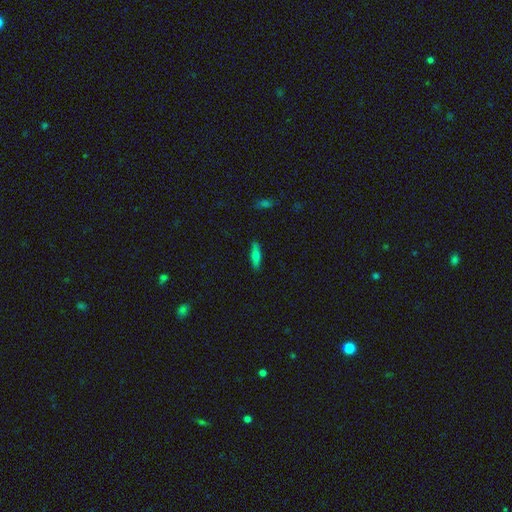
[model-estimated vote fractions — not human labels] Smooth or featured? Predicted: smooth (p=0.66). How rounded? Predicted: cigar-shaped (p=0.65). Merging? Predicted: none (p=0.87).